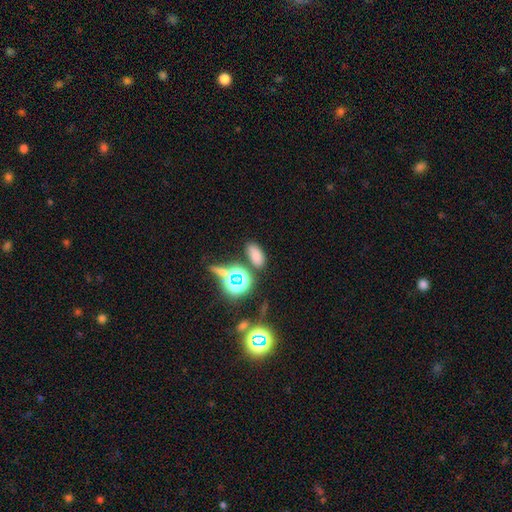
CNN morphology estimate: Smooth or featured?
  - smooth: 67% *
  - star or artifact: 26%
  - featured or disk: 7%
How rounded?
  - in between: 88% *
  - round: 8%
  - cigar-shaped: 4%
Merging?
  - none: 78% *
  - minor disturbance: 11%
  - merger: 7%
  - major disturbance: 4%